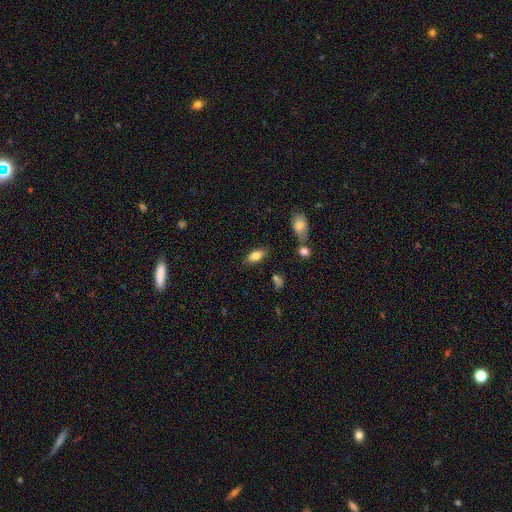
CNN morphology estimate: smooth-or-featured: smooth: 76% | featured or disk: 16% | star or artifact: 8%
  how-rounded: in between: 84% | cigar-shaped: 12% | round: 4%
  merging: none: 78% | minor disturbance: 14% | merger: 4% | major disturbance: 4%